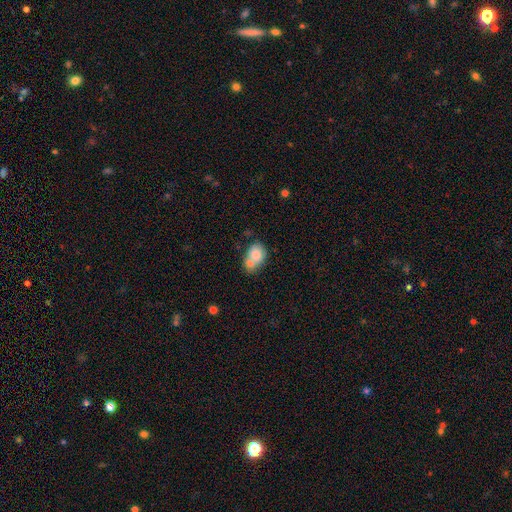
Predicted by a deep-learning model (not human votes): Q: Smooth or featured?
A: smooth (78%); runner-up: featured or disk (14%)
Q: How rounded?
A: in between (63%); runner-up: round (36%)
Q: Merging?
A: merger (56%); runner-up: none (29%)